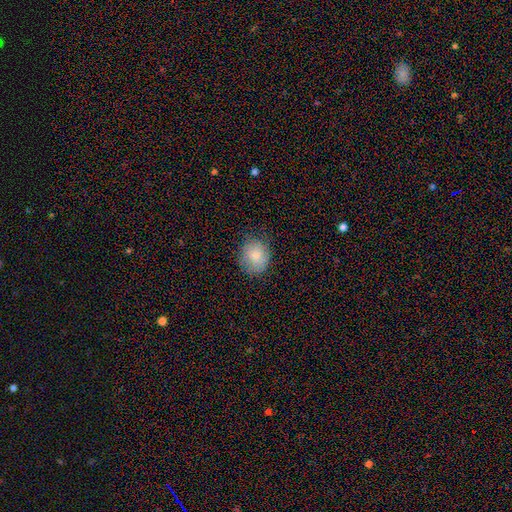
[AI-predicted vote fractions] This appears to be a smooth galaxy with no disk features (81%) that is round (76%). Merging: none (79%).